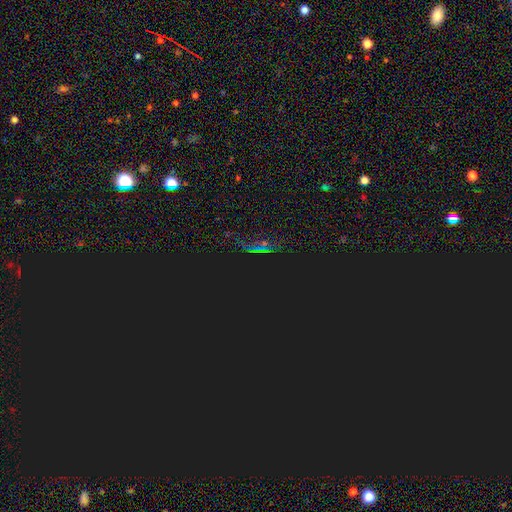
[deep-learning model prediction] Smooth or featured?
  - star or artifact: 78% *
  - smooth: 13%
  - featured or disk: 9%